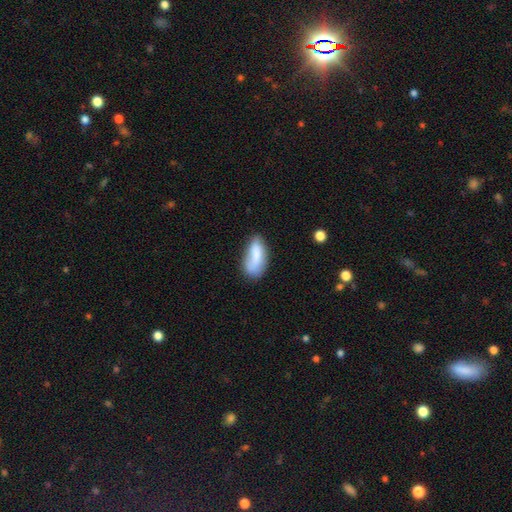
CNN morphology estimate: Overall: smooth (78%). How rounded: in between (87%). Merging: none (53%; minor disturbance 29%).